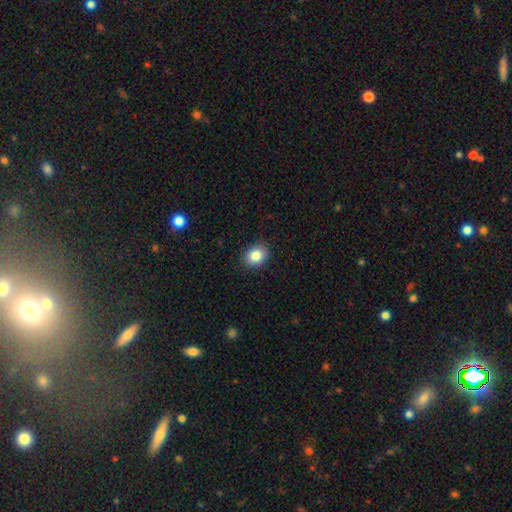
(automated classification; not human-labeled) smooth_or_featured: smooth (p=0.84) [alt: star or artifact p=0.09]
how_rounded: in between (p=0.50) [alt: round p=0.49]
merging: none (p=0.88) [alt: minor disturbance p=0.09]